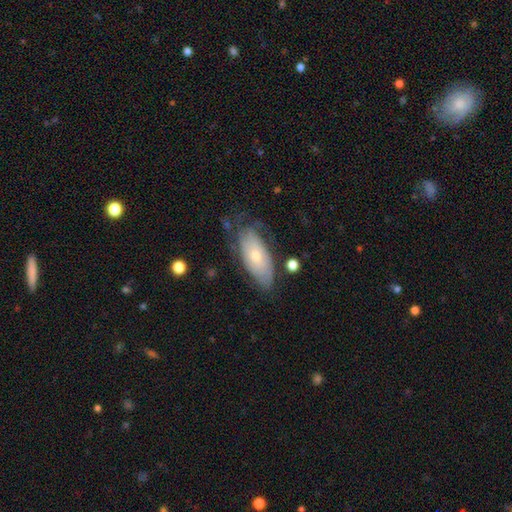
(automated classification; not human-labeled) Smooth or featured? Predicted: smooth (p=0.46, tied with featured or disk). Merging? Predicted: none (p=0.59).